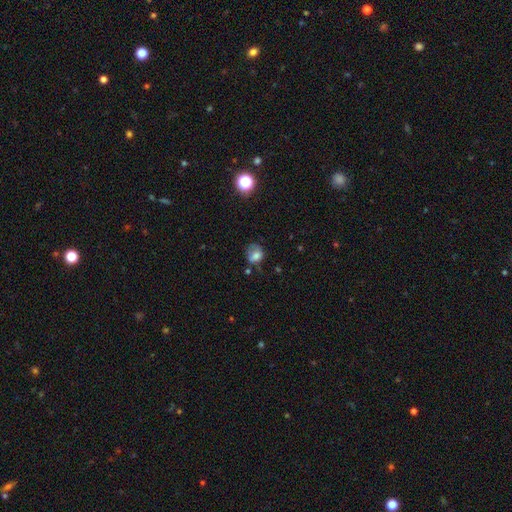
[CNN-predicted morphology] This is likely a smooth galaxy (69%). How rounded: possibly round (56%). Merging: marginally none (42%).